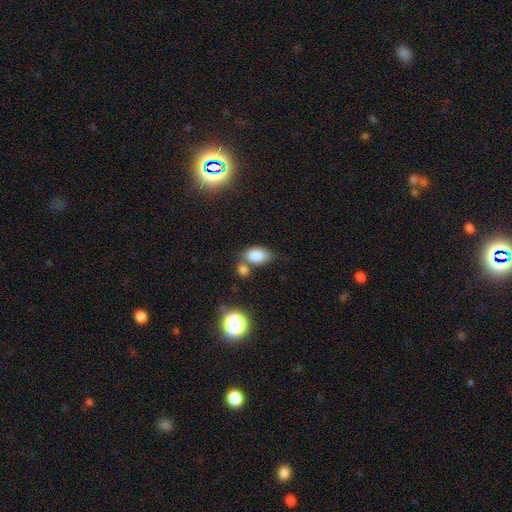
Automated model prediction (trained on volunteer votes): A smooth galaxy with no disk features (83%) that is in between round and cigar-shaped (88%).

Vote fractions:
- Smooth or featured? smooth: 83% / star or artifact: 10% / featured or disk: 7%
- How rounded? in between: 88% / round: 11% / cigar-shaped: 2%
- Merging? none: 51% / merger: 27% / minor disturbance: 16% / major disturbance: 5%